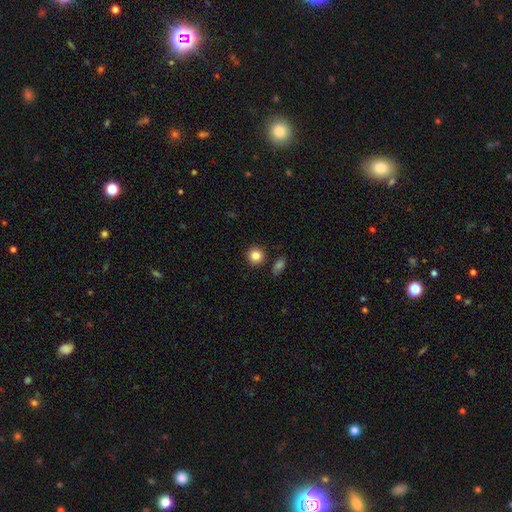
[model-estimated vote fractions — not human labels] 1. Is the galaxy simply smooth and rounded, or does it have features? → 84% smooth, 10% star or artifact, 6% featured or disk.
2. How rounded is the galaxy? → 91% round, 8% in between, 1% cigar-shaped.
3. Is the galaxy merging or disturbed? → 87% none, 7% minor disturbance, 3% merger, 2% major disturbance.